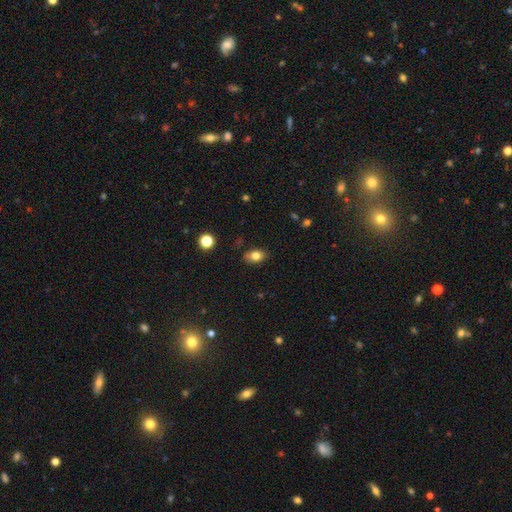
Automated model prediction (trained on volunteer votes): Morphology: type=smooth (80%); roundness=in between (79%); merging=none (81%).